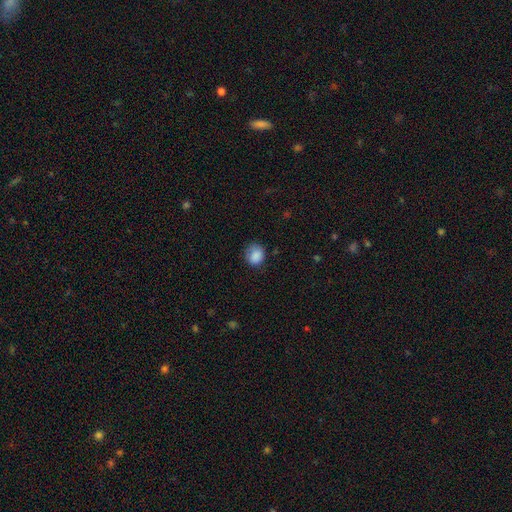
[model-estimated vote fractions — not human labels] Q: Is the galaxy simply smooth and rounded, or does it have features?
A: smooth — 87%.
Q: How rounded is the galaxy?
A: round — 72%.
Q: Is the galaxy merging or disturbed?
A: none — 67%.